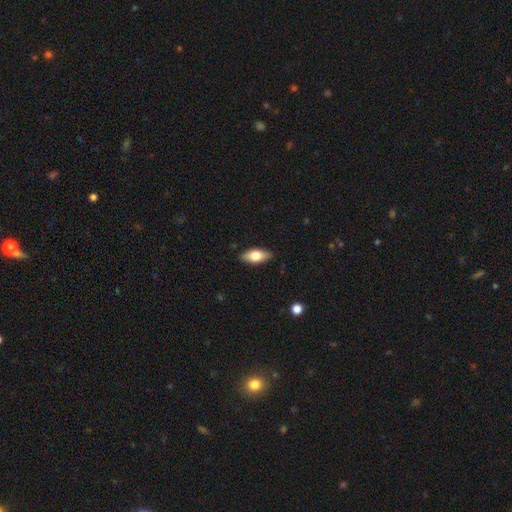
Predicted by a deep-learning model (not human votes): Smooth or featured? smooth (71%)
How rounded? in between (84%)
Merging? none (87%)